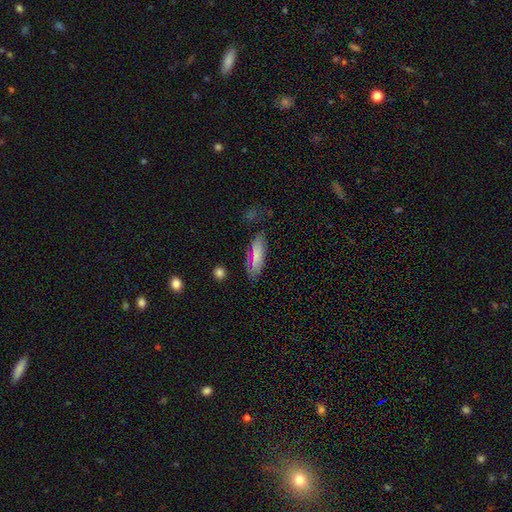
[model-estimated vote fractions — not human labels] This is likely a smooth galaxy (71%). How rounded: likely in between (63%). Merging: likely none (76%).